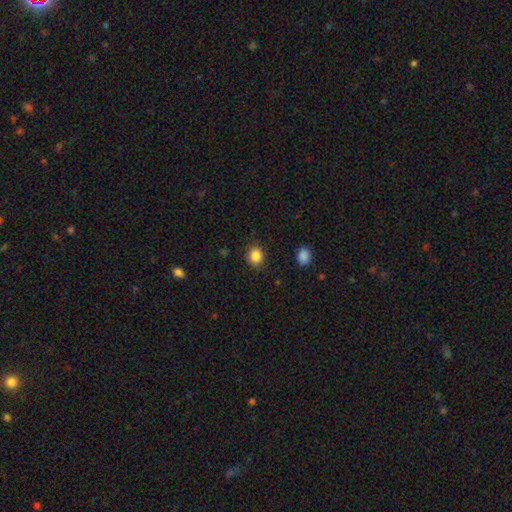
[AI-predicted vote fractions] A smooth galaxy with no disk features (86%) that is round (81%). Merging: none (88%).